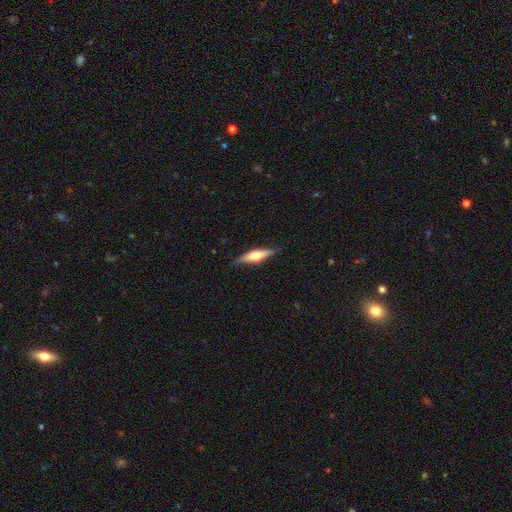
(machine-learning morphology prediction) Smooth or featured? Predicted: featured or disk (p=0.56). Edge-on disk? Predicted: yes (p=0.95). Edge-on bulge? Predicted: rounded (p=0.91). Merging? Predicted: none (p=0.87).